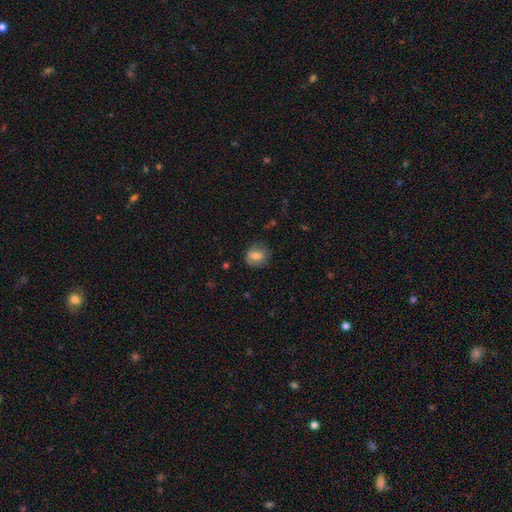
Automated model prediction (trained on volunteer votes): smooth 74%, featured or disk 17%, star or artifact 9%. Down the decision tree: how rounded — round (59%); merging — none (72%).